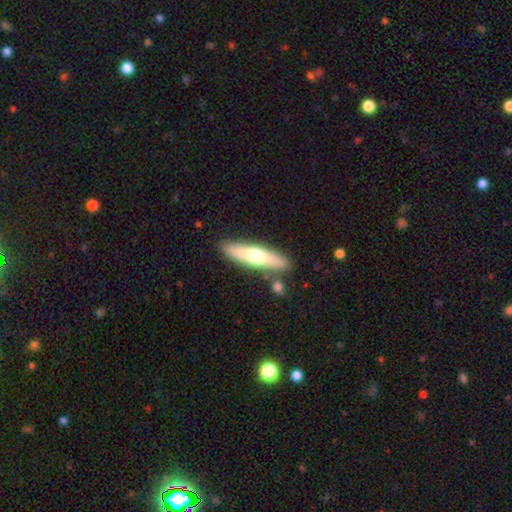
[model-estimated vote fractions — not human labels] A smooth galaxy with no disk features (54%) that is cigar-shaped (73%). Merging: none (83%).